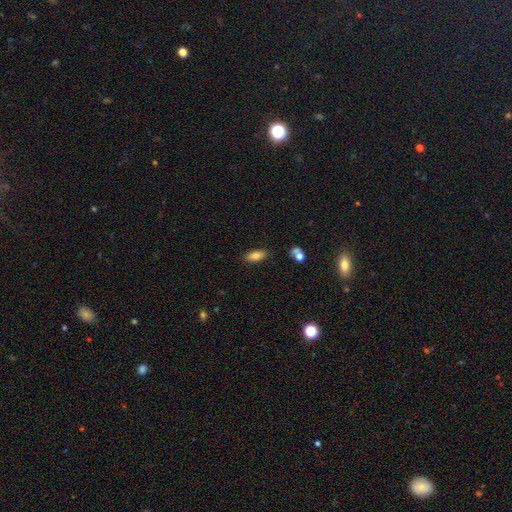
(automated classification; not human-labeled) Smooth or featured?
  - smooth: 78% *
  - featured or disk: 13%
  - star or artifact: 9%
How rounded?
  - in between: 85% *
  - cigar-shaped: 12%
  - round: 3%
Merging?
  - none: 84% *
  - minor disturbance: 11%
  - merger: 3%
  - major disturbance: 3%